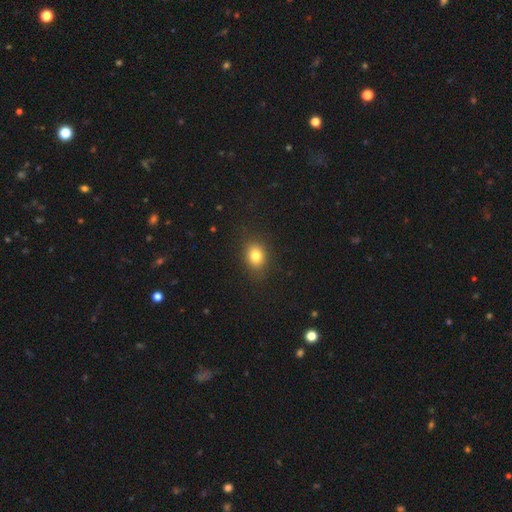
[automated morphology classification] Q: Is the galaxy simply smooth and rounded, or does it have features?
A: smooth — 80%.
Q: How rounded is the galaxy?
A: round — 51%.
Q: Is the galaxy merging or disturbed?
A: none — 85%.